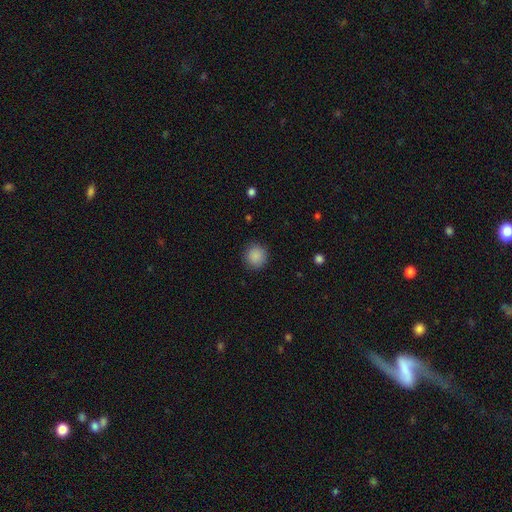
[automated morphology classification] Overall: smooth (88%). How rounded: round (93%). Merging: none (89%).